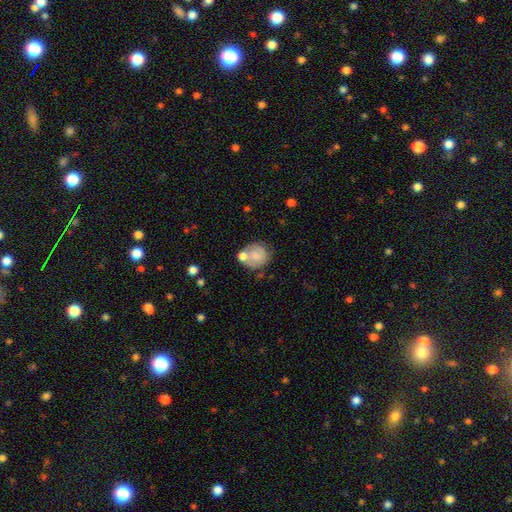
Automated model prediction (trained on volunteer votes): This appears to be a smooth galaxy with no disk features (54%) that is round (78%). Merging: none (53%).